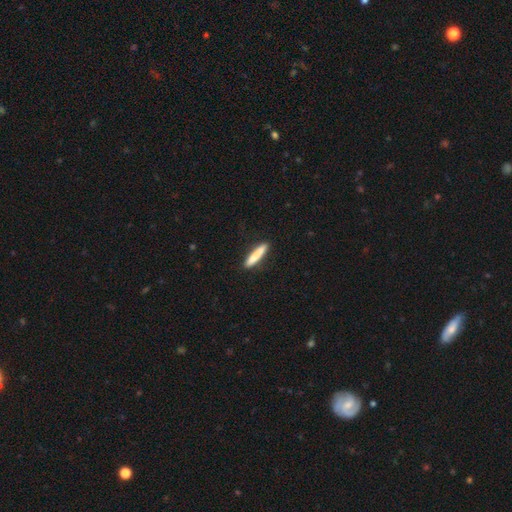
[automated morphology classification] A smooth galaxy with no disk features (81%) that is cigar-shaped (92%).

Vote fractions:
- Smooth or featured? smooth: 81% / featured or disk: 13% / star or artifact: 6%
- How rounded? cigar-shaped: 92% / in between: 6% / round: 1%
- Merging? none: 90% / minor disturbance: 7% / major disturbance: 2% / merger: 1%